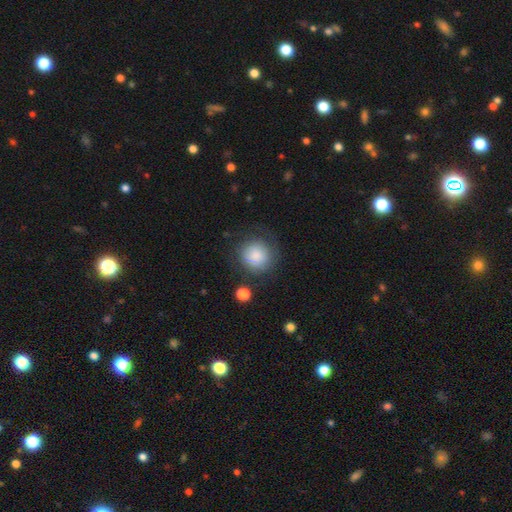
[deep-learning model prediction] Smooth or featured: smooth — 80% (featured or disk — 11%)
How rounded: round — 91% (in between — 8%)
Merging: none — 70% (minor disturbance — 17%)